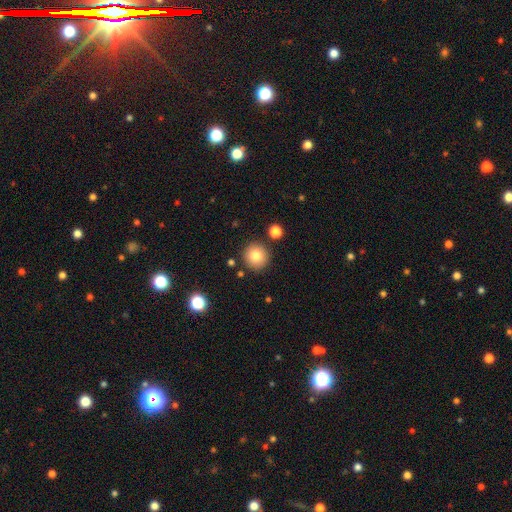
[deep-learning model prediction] A smooth galaxy with no disk features (81%) that is round (94%). Merging: none (88%).